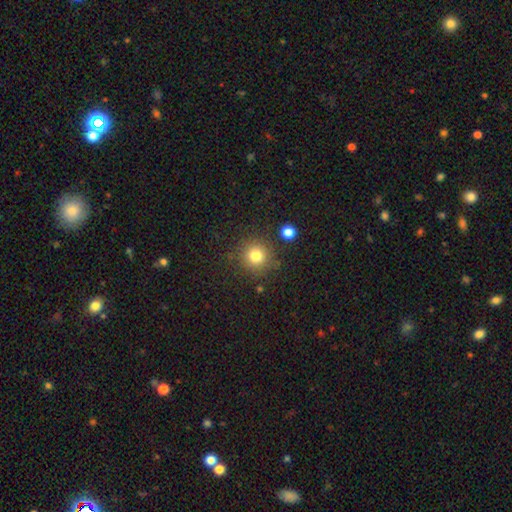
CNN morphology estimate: Smooth or featured? Predicted: smooth (p=0.80). How rounded? Predicted: round (p=0.94). Merging? Predicted: none (p=0.85).